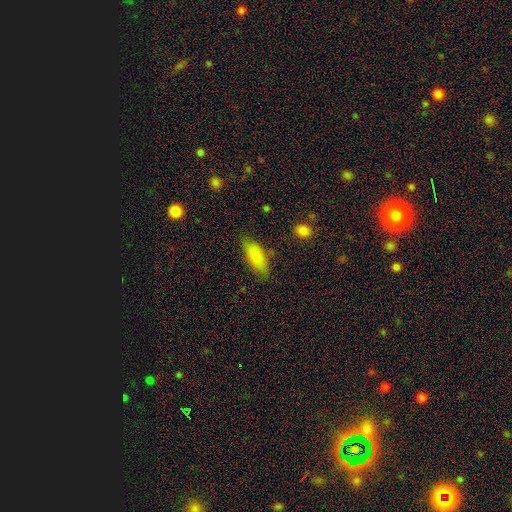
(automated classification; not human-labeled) smooth-or-featured: smooth: 86% | star or artifact: 7% | featured or disk: 7%
  how-rounded: in between: 76% | cigar-shaped: 22% | round: 2%
  merging: none: 80% | minor disturbance: 14% | major disturbance: 3% | merger: 2%